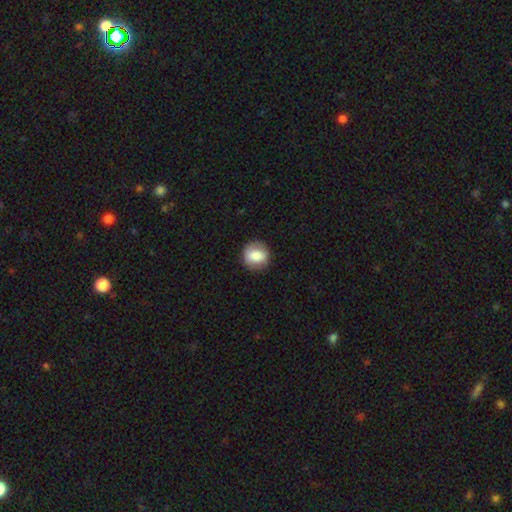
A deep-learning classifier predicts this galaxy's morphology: This appears to be a smooth galaxy with no disk features (78%) that is round (84%). Merging: none (86%).